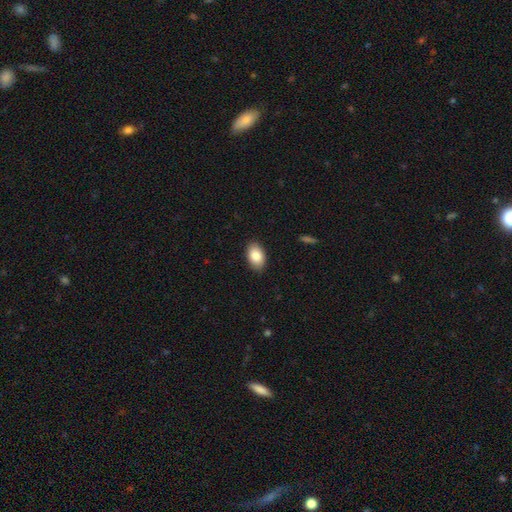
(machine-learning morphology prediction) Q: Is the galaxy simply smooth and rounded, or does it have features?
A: smooth — 87%.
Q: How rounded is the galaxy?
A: in between — 92%.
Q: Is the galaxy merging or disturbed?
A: none — 88%.